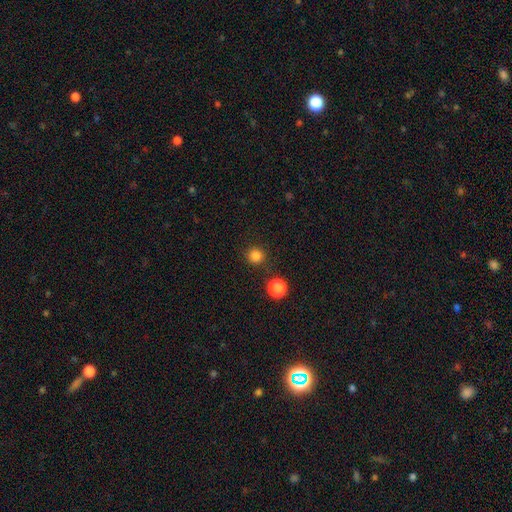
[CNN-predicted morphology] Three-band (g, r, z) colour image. It shows a smooth galaxy with no disk features (83%) that is round (94%). Merging: none (89%).